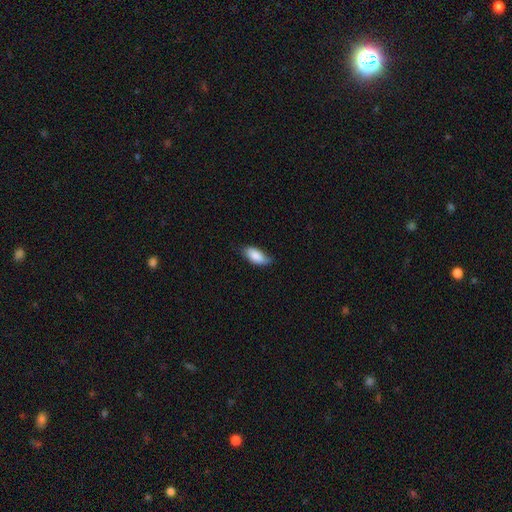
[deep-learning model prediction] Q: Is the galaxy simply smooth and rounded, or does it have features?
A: smooth — 86%.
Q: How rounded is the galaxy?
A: in between — 91%.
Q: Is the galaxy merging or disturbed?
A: none — 61%.